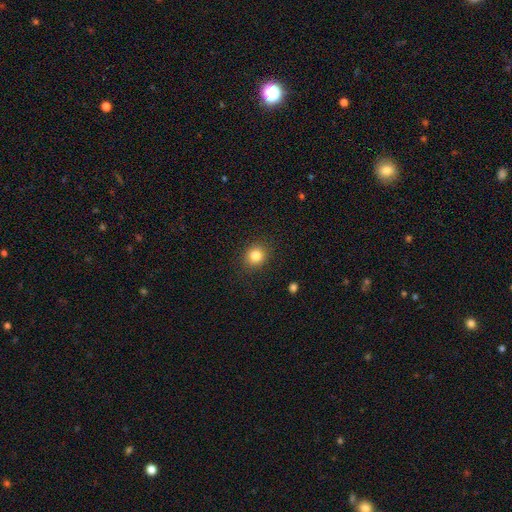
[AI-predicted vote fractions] Overall: smooth (82%). How rounded: round (82%). Merging: none (88%).